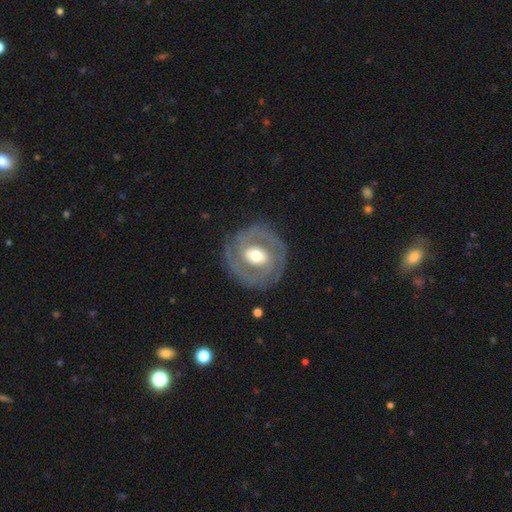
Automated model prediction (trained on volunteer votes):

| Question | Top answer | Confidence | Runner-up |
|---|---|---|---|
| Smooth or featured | featured or disk | 79% | smooth (16%) |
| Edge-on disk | no | 97% | yes (3%) |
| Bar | no | 38% | weak (37%) |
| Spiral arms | yes | 79% | no (21%) |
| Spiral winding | tight | 56% | medium (33%) |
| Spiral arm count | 2 | 70% | can't tell (14%) |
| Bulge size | moderate | 67% | large (17%) |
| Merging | none | 83% | minor disturbance (11%) |